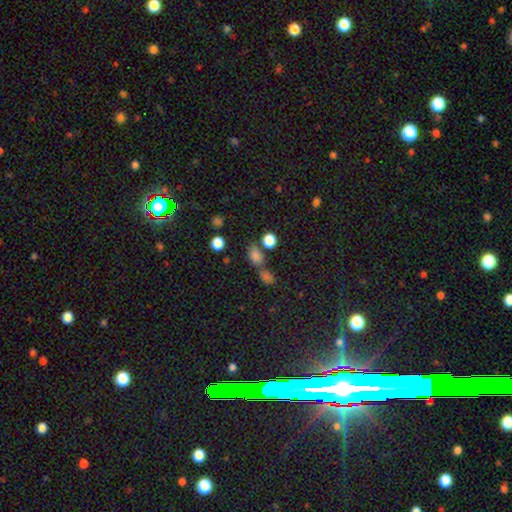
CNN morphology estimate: Smooth or featured? Predicted: smooth (p=0.72). How rounded? Predicted: in between (p=0.65). Merging? Predicted: none (p=0.49).